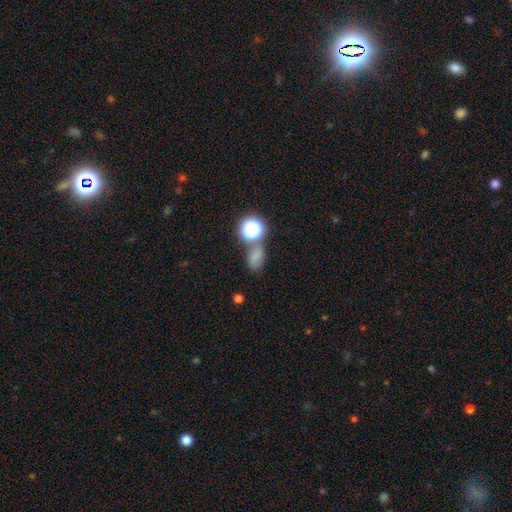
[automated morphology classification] Smooth or featured?
  - smooth: 66% *
  - star or artifact: 24%
  - featured or disk: 11%
How rounded?
  - in between: 66% *
  - round: 31%
  - cigar-shaped: 3%
Merging?
  - none: 53% *
  - merger: 20%
  - minor disturbance: 18%
  - major disturbance: 10%